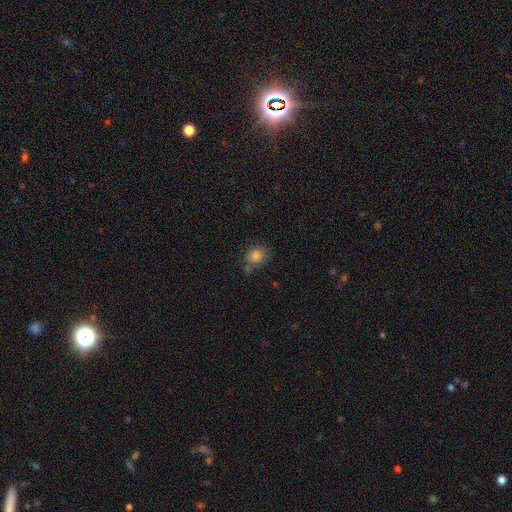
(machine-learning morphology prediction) Overall: smooth (80%). How rounded: round (63%; in between 36%). Merging: none (65%).